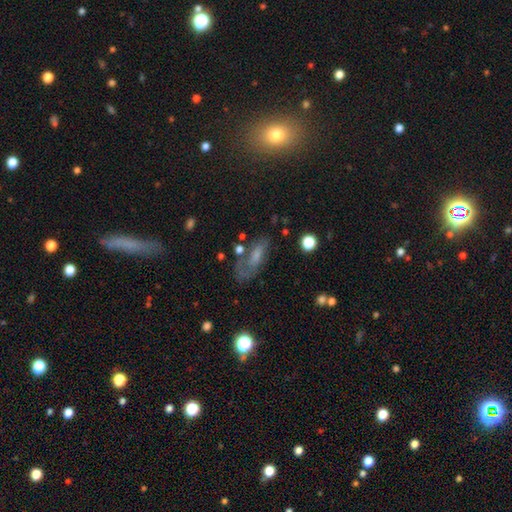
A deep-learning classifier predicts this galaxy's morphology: This is possibly a smooth galaxy (45%). Merging: possibly none (48%).